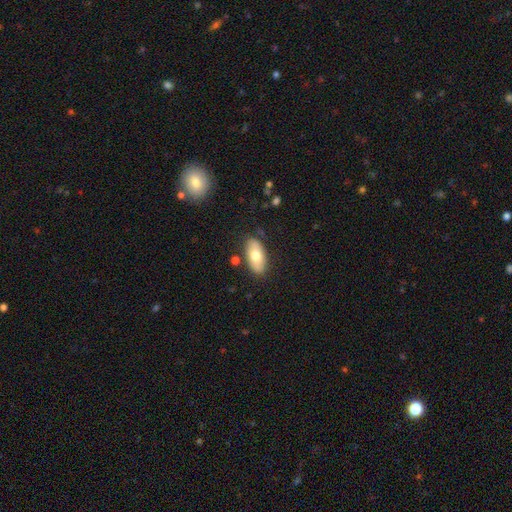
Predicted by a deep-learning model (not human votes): smooth 72%, featured or disk 22%, star or artifact 6%. Down the decision tree: how rounded — in between (91%); merging — none (83%).